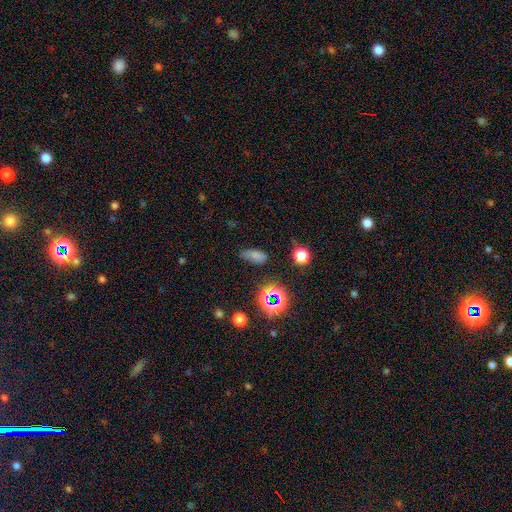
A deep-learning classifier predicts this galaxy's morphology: Smooth or featured?
  - smooth: 68% *
  - star or artifact: 24%
  - featured or disk: 9%
How rounded?
  - in between: 78% *
  - cigar-shaped: 15%
  - round: 8%
Merging?
  - none: 71% *
  - minor disturbance: 19%
  - major disturbance: 6%
  - merger: 3%